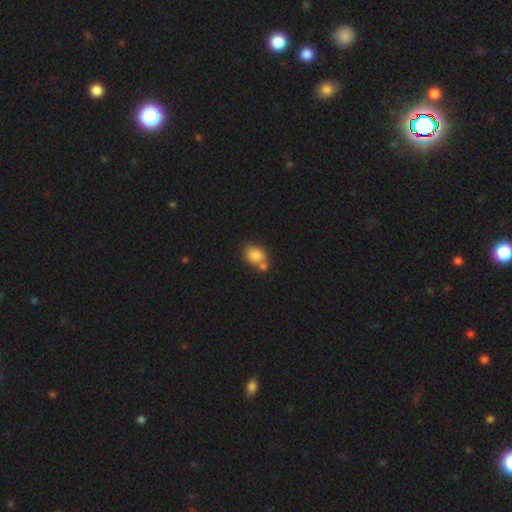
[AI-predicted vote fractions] A smooth galaxy with no disk features (84%) that is in between round and cigar-shaped (56%). Merging: none (50%).